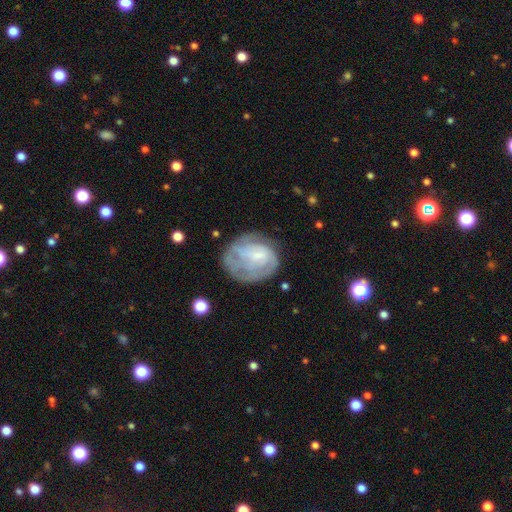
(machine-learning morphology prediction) smooth_or_featured: featured or disk (p=0.60) [alt: smooth p=0.32]
disk_edge_on: no (p=0.97) [alt: yes p=0.03]
bar: no (p=0.54) [alt: weak p=0.37]
has_spiral_arms: yes (p=0.70) [alt: no p=0.30]
bulge_size: small (p=0.57) [alt: none p=0.23]
merging: none (p=0.52) [alt: minor disturbance p=0.24]